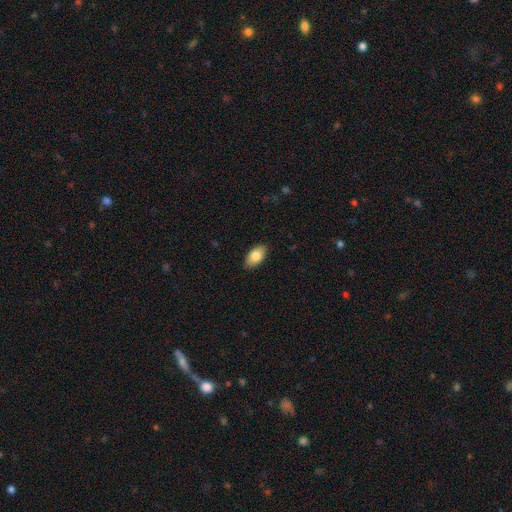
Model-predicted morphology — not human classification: smooth_or_featured: smooth (p=0.82) [alt: featured or disk p=0.11]
how_rounded: in between (p=0.93) [alt: round p=0.04]
merging: none (p=0.87) [alt: minor disturbance p=0.10]